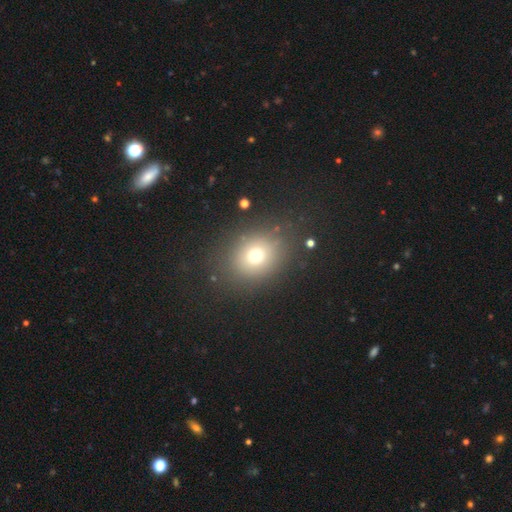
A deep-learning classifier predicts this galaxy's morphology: This is likely a smooth galaxy (71%). How rounded: possibly round (59%). Merging: clearly none (82%).